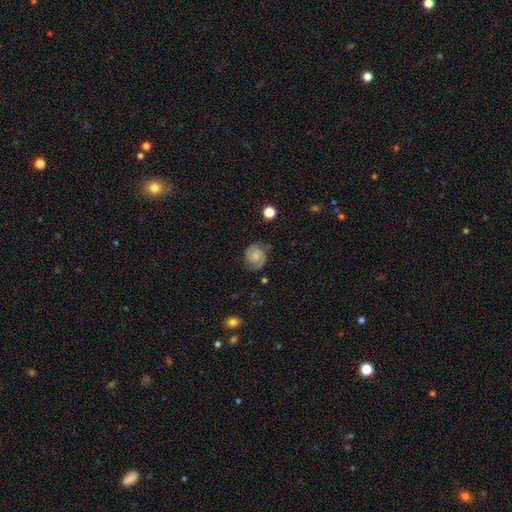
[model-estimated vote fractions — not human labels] Smooth or featured? Predicted: featured or disk (p=0.73). Edge-on disk? Predicted: no (p=0.98). Bar? Predicted: no (p=0.68). Spiral arms? Predicted: yes (p=0.95). Spiral winding? Predicted: tight (p=0.51). Spiral arm count? Predicted: 2 (p=0.84). Bulge size? Predicted: small (p=0.46). Merging? Predicted: none (p=0.74).